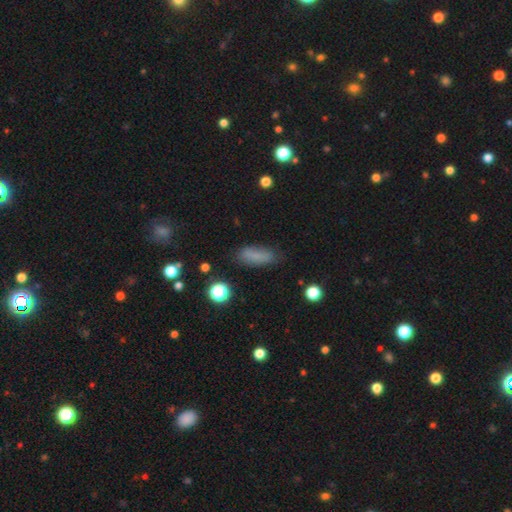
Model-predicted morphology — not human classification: smooth 79%, star or artifact 12%, featured or disk 9%. Down the decision tree: how rounded — in between (60%); merging — none (77%).